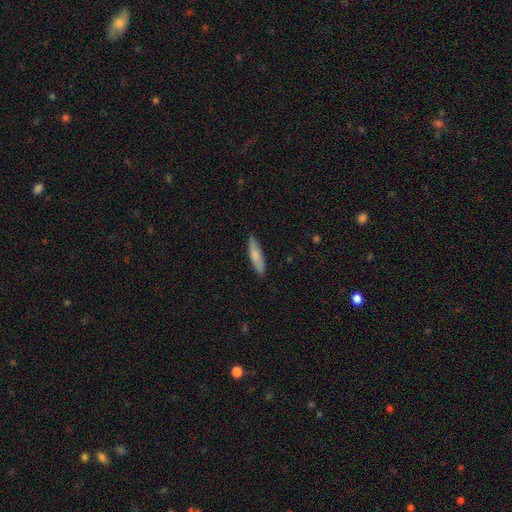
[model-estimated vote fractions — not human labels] Smooth or featured? Predicted: smooth (p=0.77). How rounded? Predicted: cigar-shaped (p=0.76). Merging? Predicted: none (p=0.86).